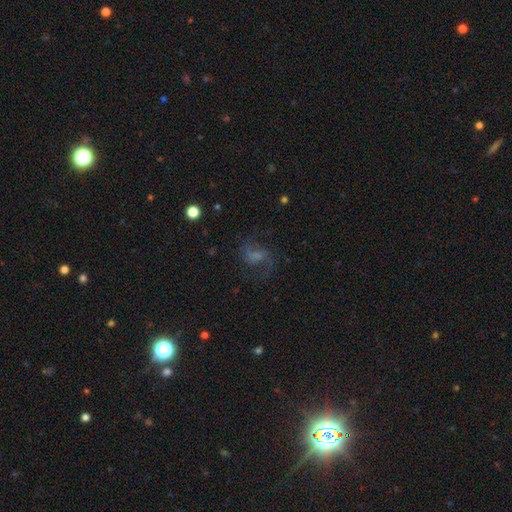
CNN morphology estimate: This is likely a featured or disk galaxy (60%). It is clearly not viewed edge-on (97%). Bar: possibly no (49%). Spiral arm pattern: clearly yes (90%). Spiral arm count: clearly 2 (84%). Spiral winding: possibly loose (49%). Central bulge: marginally none (35%). Merging: likely none (66%).